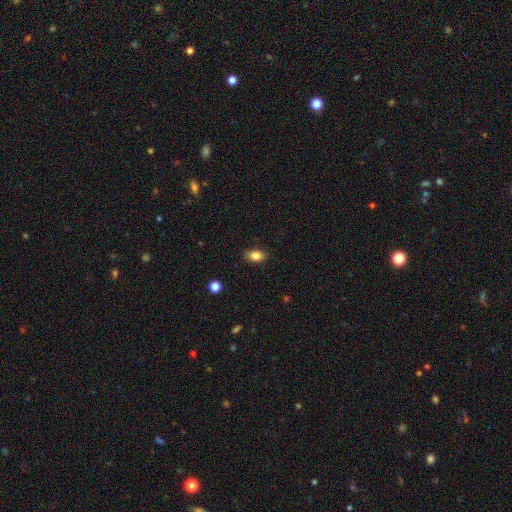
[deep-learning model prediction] Smooth or featured?
  - smooth: 85% *
  - star or artifact: 9%
  - featured or disk: 6%
How rounded?
  - in between: 84% *
  - round: 14%
  - cigar-shaped: 2%
Merging?
  - none: 86% *
  - minor disturbance: 10%
  - major disturbance: 2%
  - merger: 1%